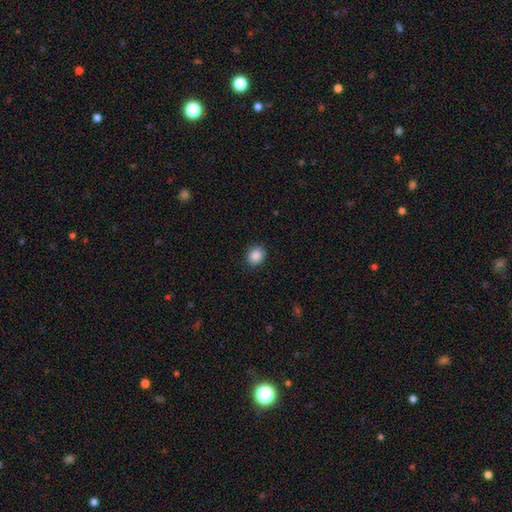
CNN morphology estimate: smooth 88%, star or artifact 9%, featured or disk 3%. Down the decision tree: how rounded — round (62%); merging — none (88%).